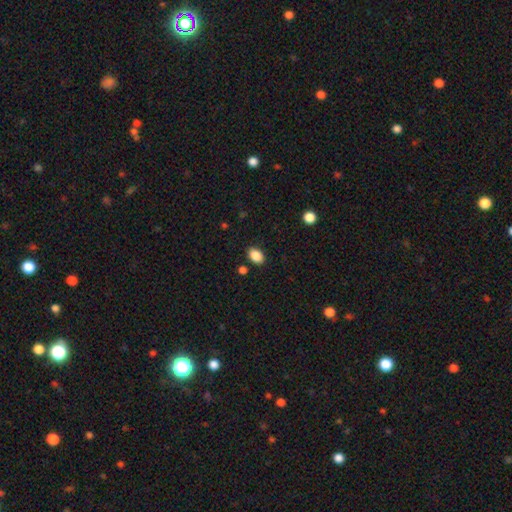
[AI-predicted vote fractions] Q: Smooth or featured?
A: smooth (88%); runner-up: star or artifact (8%)
Q: How rounded?
A: in between (84%); runner-up: round (14%)
Q: Merging?
A: none (86%); runner-up: minor disturbance (9%)